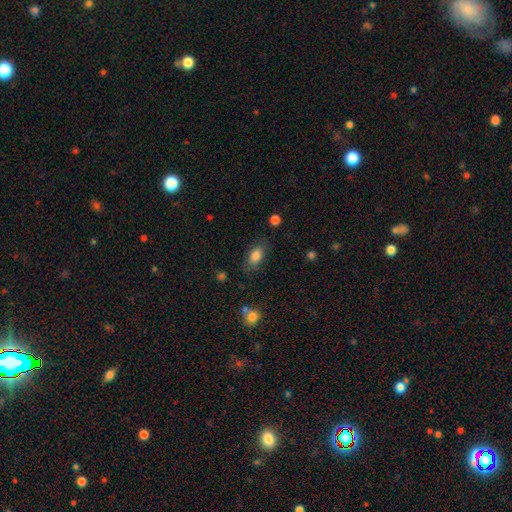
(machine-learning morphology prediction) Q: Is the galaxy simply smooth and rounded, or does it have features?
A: smooth — 83%.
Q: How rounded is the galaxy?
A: in between — 88%.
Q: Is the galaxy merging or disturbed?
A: none — 76%.